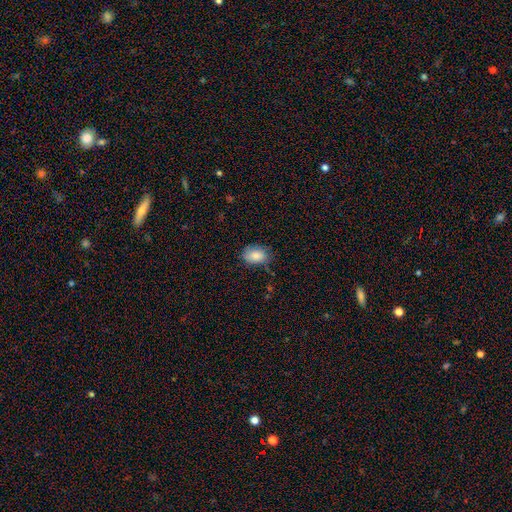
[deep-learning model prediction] A smooth galaxy with no disk features (84%) that is in between round and cigar-shaped (79%). Merging: none (70%).